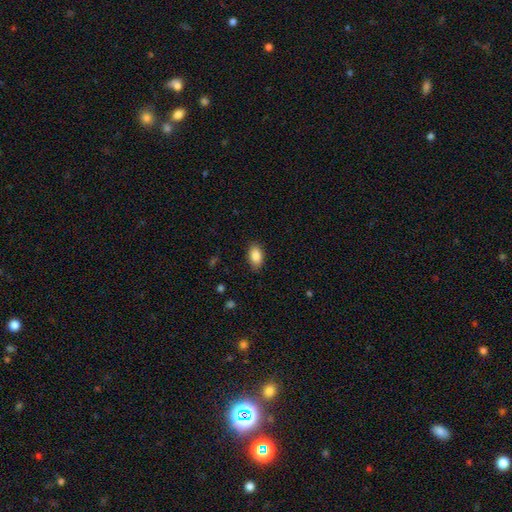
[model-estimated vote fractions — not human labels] The model was most divided on "merging": none: 86%, minor disturbance: 11%, major disturbance: 3%, merger: 1%. More confident: how rounded — in between (91%); smooth or featured — smooth (88%).